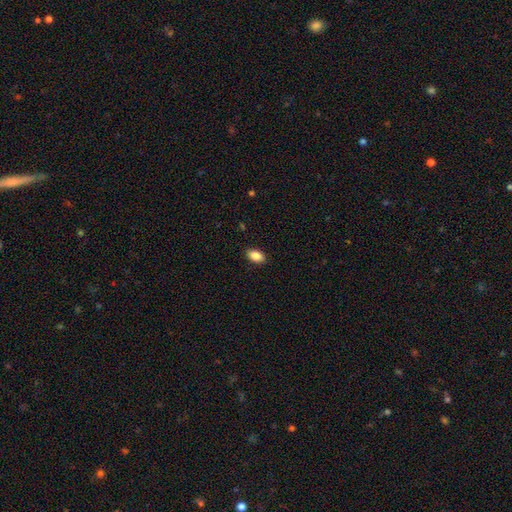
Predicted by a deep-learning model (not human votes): Smooth or featured?
  - smooth: 88% *
  - star or artifact: 8%
  - featured or disk: 4%
How rounded?
  - in between: 91% *
  - round: 8%
  - cigar-shaped: 2%
Merging?
  - none: 89% *
  - minor disturbance: 8%
  - major disturbance: 2%
  - merger: 1%